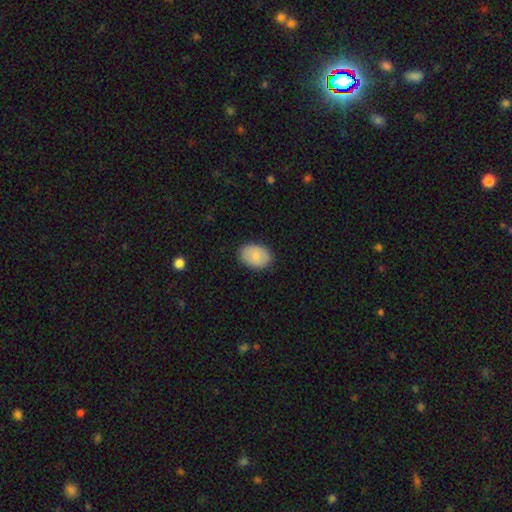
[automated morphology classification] A smooth galaxy with no disk features (83%) that is in between round and cigar-shaped (82%). Merging: none (86%).